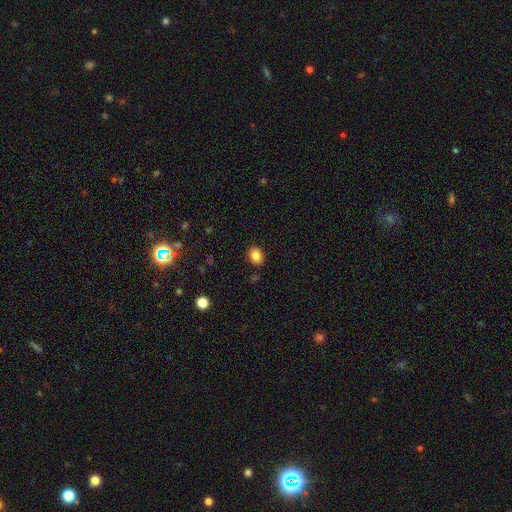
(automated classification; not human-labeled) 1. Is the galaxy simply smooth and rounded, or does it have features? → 85% smooth, 10% star or artifact, 6% featured or disk.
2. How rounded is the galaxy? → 54% in between, 45% round, 1% cigar-shaped.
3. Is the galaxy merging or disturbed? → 87% none, 9% minor disturbance, 2% major disturbance, 2% merger.